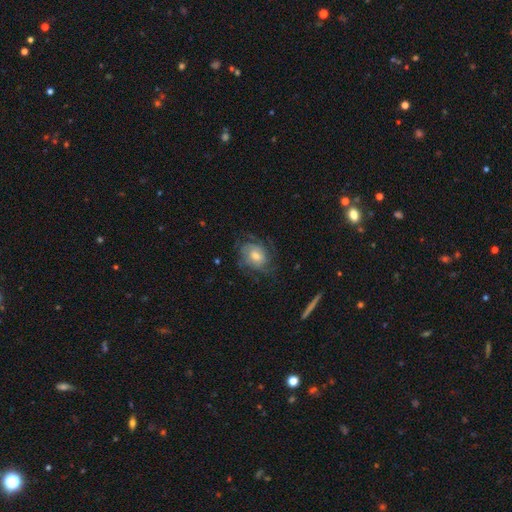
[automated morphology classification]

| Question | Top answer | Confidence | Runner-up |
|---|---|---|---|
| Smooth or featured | featured or disk | 66% | smooth (24%) |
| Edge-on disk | no | 96% | yes (4%) |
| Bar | no | 68% | weak (28%) |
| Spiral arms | yes | 87% | no (13%) |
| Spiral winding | tight | 50% | medium (36%) |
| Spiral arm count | can't tell | 43% | 3 (19%) |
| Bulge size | moderate | 61% | small (20%) |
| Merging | none | 66% | minor disturbance (19%) |